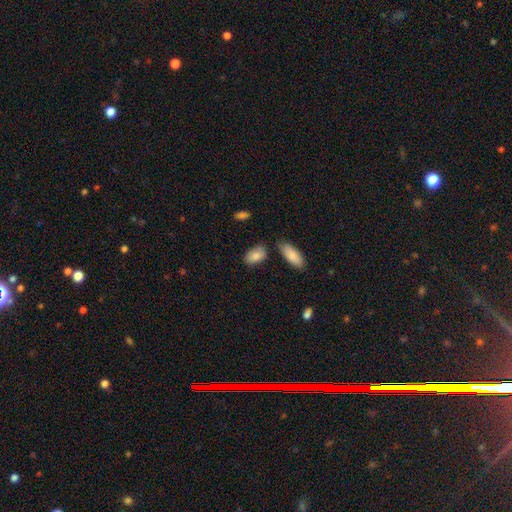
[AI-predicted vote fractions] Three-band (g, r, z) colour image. It shows a smooth galaxy with no disk features (84%) that is in between round and cigar-shaped (91%). Merging: none (68%).